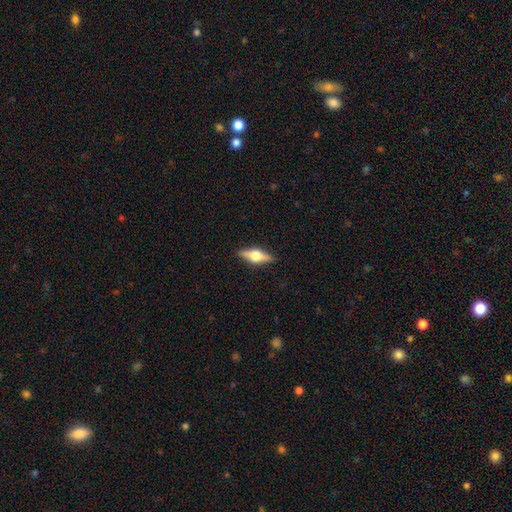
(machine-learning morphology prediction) A featured or disk galaxy (61%) viewed edge-on (95%) with a rounded central bulge (94%). Merging: none (89%).